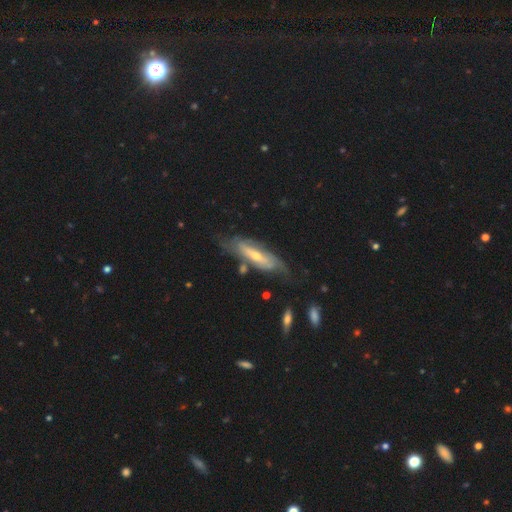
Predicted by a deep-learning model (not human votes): Smooth or featured?
  - featured or disk: 72% *
  - smooth: 22%
  - star or artifact: 6%
Edge-on disk?
  - no: 68% *
  - yes: 32%
Merging?
  - none: 62% *
  - minor disturbance: 23%
  - major disturbance: 11%
  - merger: 4%